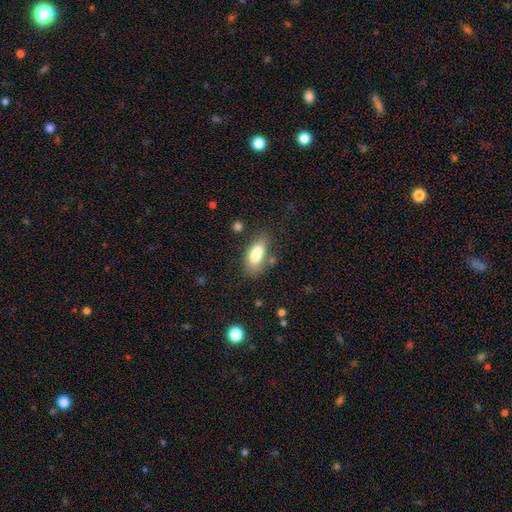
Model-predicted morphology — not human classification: Smooth or featured? Predicted: smooth (p=0.72). How rounded? Predicted: in between (p=0.86). Merging? Predicted: none (p=0.46).